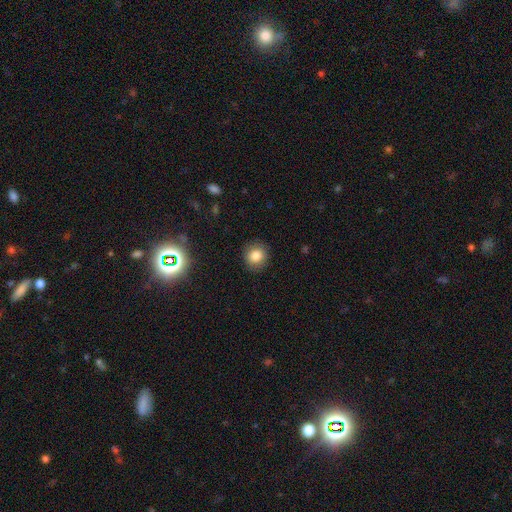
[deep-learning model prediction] This appears to be a smooth galaxy with no disk features (82%) that is round (88%). Merging: none (89%).